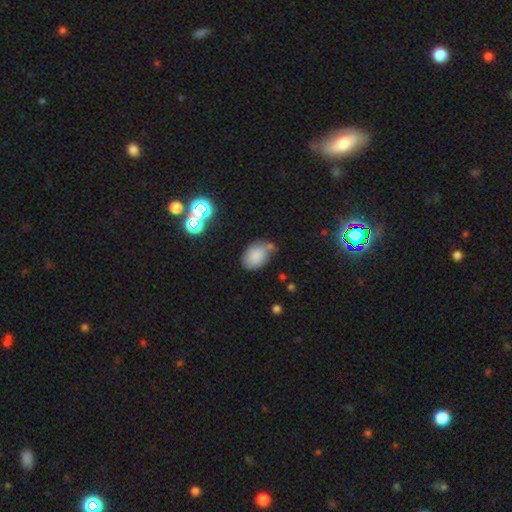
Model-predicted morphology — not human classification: smooth-or-featured: smooth: 82% | star or artifact: 11% | featured or disk: 8%
  how-rounded: in between: 82% | round: 16% | cigar-shaped: 1%
  merging: none: 56% | minor disturbance: 26% | merger: 12% | major disturbance: 7%